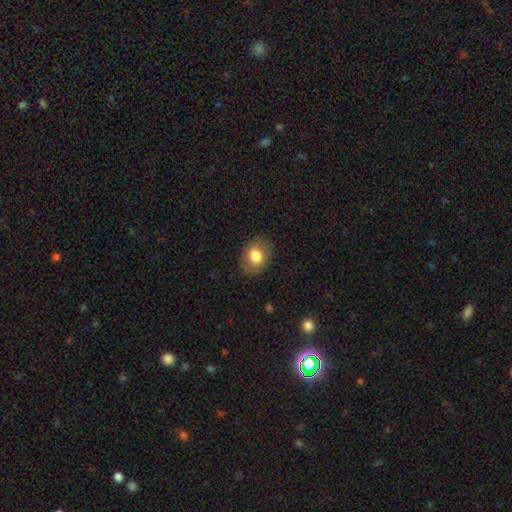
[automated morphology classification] Overall: smooth (78%). How rounded: in between (68%; round 31%). Merging: none (83%).